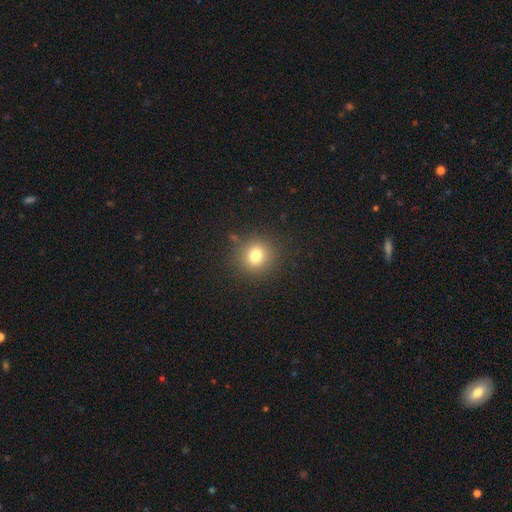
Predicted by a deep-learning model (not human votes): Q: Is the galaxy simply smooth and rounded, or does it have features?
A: smooth — 77%.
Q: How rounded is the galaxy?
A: round — 88%.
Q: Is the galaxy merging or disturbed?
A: none — 87%.